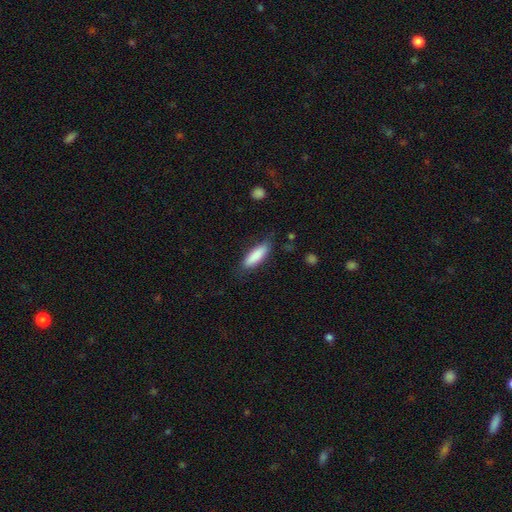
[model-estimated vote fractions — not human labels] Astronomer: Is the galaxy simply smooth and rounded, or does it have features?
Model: smooth — 85%.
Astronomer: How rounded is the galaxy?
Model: in between — 50% (runner-up: cigar-shaped, 49%).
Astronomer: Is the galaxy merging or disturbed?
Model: none — 77%.